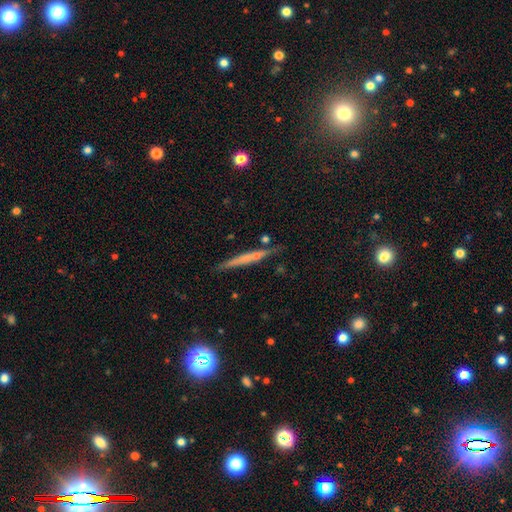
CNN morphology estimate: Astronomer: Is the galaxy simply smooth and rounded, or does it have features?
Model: featured or disk — 50% (runner-up: smooth, 41%).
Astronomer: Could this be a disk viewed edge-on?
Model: yes — 94%.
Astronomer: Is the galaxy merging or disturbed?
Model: none — 79%.